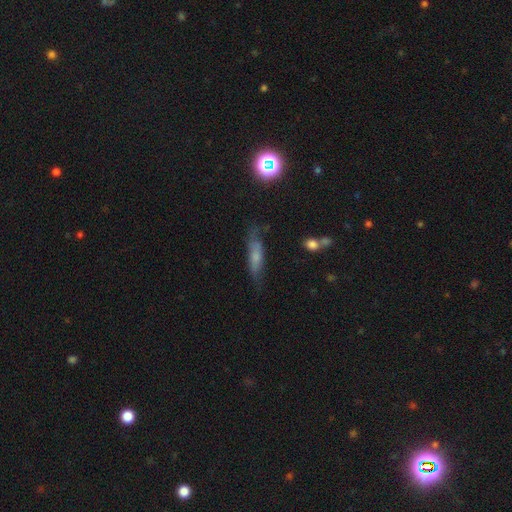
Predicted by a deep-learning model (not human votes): Q: Smooth or featured?
A: smooth (57%); runner-up: featured or disk (33%)
Q: How rounded?
A: cigar-shaped (72%); runner-up: in between (25%)
Q: Merging?
A: none (59%); runner-up: minor disturbance (27%)